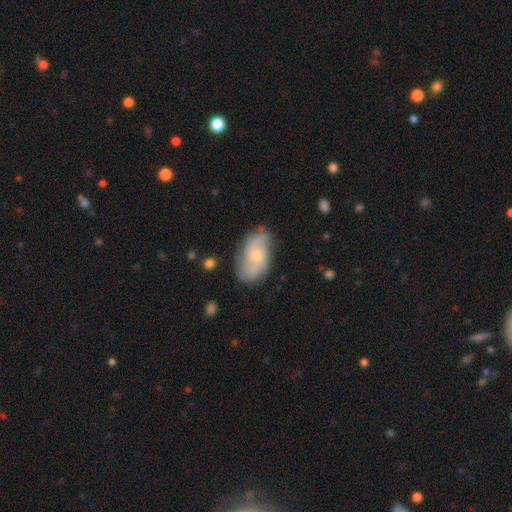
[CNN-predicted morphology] A featured or disk galaxy (63%) with no bar (73%), 2 (53%) medium (39%, tied with loose) spiral arms (87%) and a small central bulge (62%).

Vote fractions:
- Smooth or featured? featured or disk: 63% / smooth: 29% / star or artifact: 7%
- Edge-on disk? no: 95% / yes: 5%
- Bar? no: 73% / weak: 24% / strong: 4%
- Spiral arms? yes: 87% / no: 13%
- Spiral winding? medium: 39% (tied) / loose: 39% (tied) / tight: 23%
- Spiral arm count? 2: 53% / can't tell: 23% / 3: 13% / 1: 4% / 4: 4% / more than 4: 3%
- Bulge size? small: 62% / moderate: 34% / none: 2% / large: 2% / dominant: 1%
- Merging? none: 68% / minor disturbance: 23% / major disturbance: 7% / merger: 2%